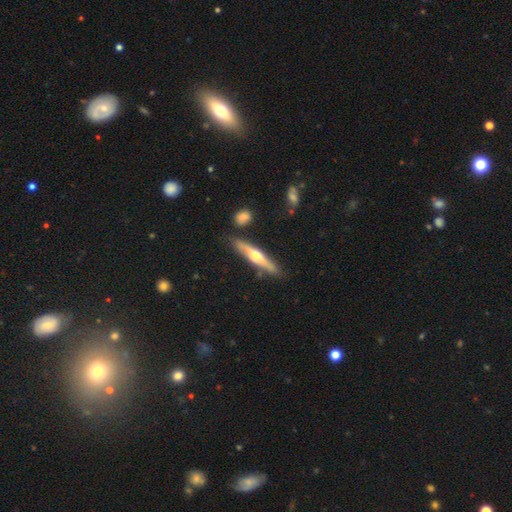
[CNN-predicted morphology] This is likely a featured or disk galaxy (61%). It is clearly viewed edge-on (95%). Edge-on bulge: clearly rounded (89%). Merging: clearly none (82%).